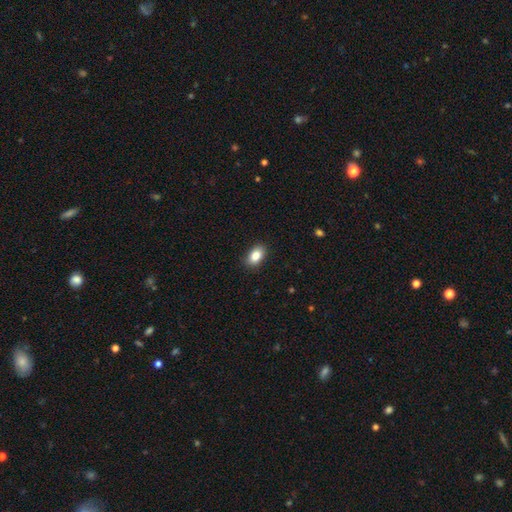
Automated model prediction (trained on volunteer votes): smooth_or_featured: smooth (p=0.85) [alt: star or artifact p=0.08]
how_rounded: in between (p=0.89) [alt: round p=0.09]
merging: none (p=0.87) [alt: minor disturbance p=0.10]